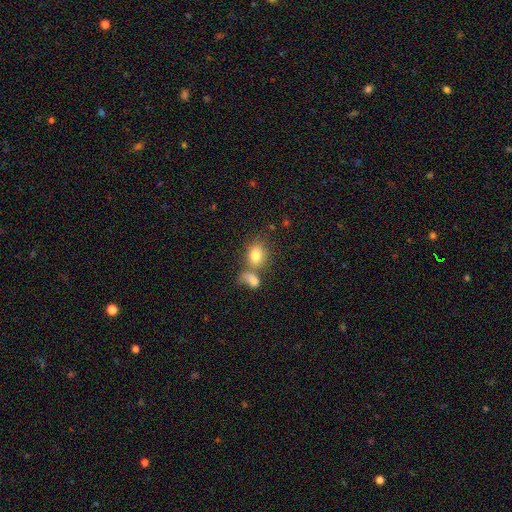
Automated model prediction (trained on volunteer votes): smooth-or-featured: smooth: 79% | featured or disk: 11% | star or artifact: 9%
  how-rounded: in between: 53% | round: 46% | cigar-shaped: 2%
  merging: merger: 43% | none: 39% | minor disturbance: 11% | major disturbance: 8%